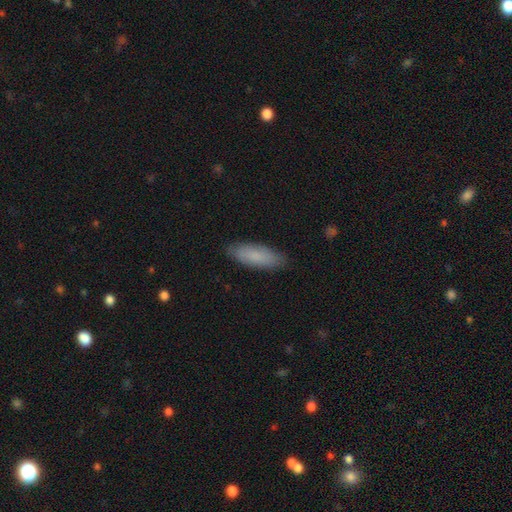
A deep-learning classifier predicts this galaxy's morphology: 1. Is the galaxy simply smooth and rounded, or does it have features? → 82% smooth, 12% featured or disk, 6% star or artifact.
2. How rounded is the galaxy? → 60% in between, 39% cigar-shaped, 2% round.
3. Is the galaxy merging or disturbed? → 86% none, 11% minor disturbance, 2% major disturbance, 1% merger.